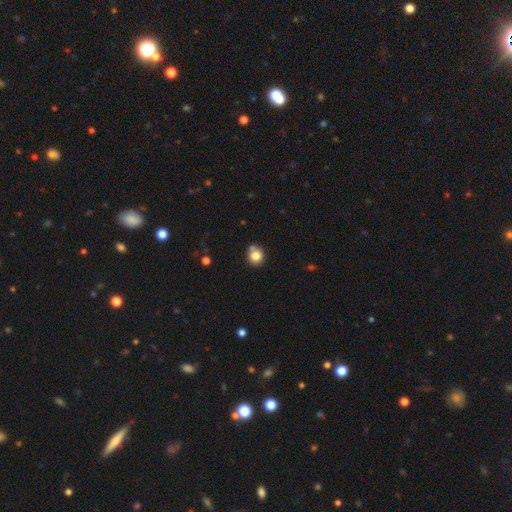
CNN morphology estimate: smooth 81%, star or artifact 11%, featured or disk 9%. Down the decision tree: how rounded — round (79%); merging — none (65%).